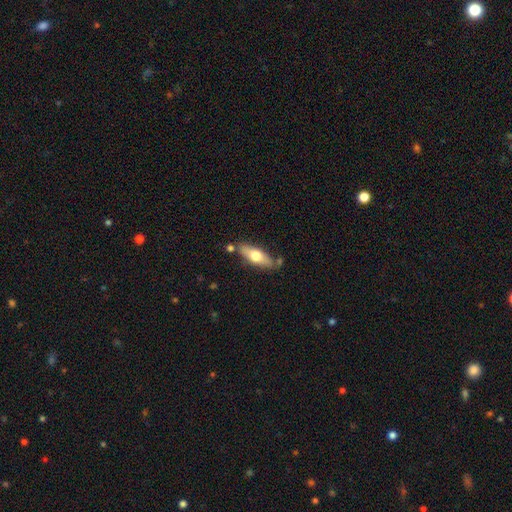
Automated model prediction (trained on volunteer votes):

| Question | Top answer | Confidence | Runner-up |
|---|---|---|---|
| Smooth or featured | smooth | 56% | featured or disk (38%) |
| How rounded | in between | 51% | cigar-shaped (47%) |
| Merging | none | 75% | minor disturbance (15%) |